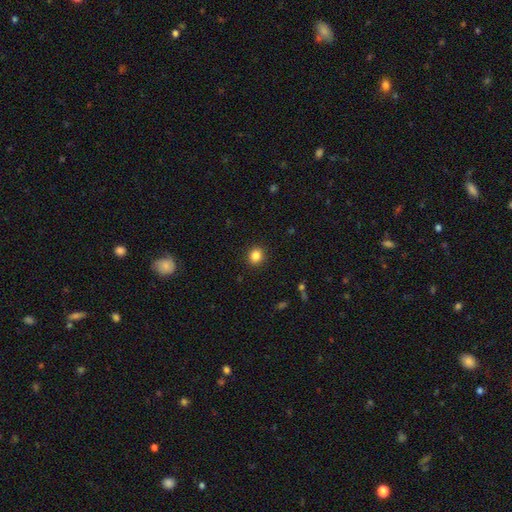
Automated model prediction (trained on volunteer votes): Q: Smooth or featured?
A: smooth (85%); runner-up: star or artifact (11%)
Q: How rounded?
A: round (79%); runner-up: in between (20%)
Q: Merging?
A: none (91%); runner-up: minor disturbance (6%)